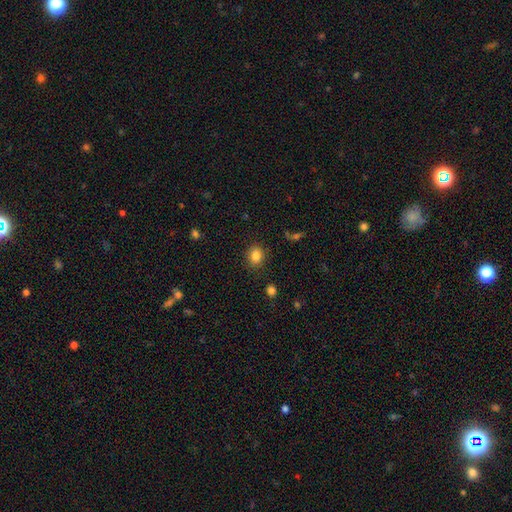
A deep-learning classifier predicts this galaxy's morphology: type=smooth (85%); roundness=round (60%); merging=none (86%).